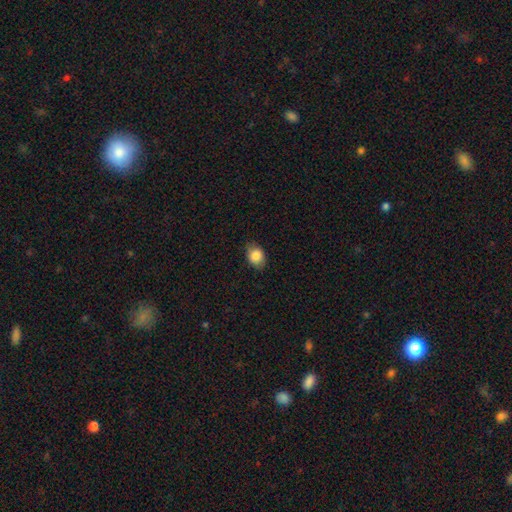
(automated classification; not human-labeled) smooth_or_featured: smooth (p=0.85) [alt: star or artifact p=0.08]
how_rounded: in between (p=0.69) [alt: round p=0.30]
merging: none (p=0.81) [alt: minor disturbance p=0.14]